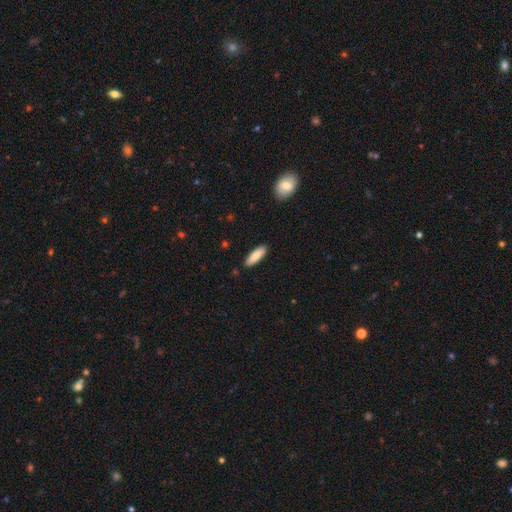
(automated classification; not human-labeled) Smooth or featured?
  - smooth: 83% *
  - featured or disk: 12%
  - star or artifact: 6%
How rounded?
  - cigar-shaped: 51% *
  - in between: 48%
  - round: 2%
Merging?
  - none: 88% *
  - minor disturbance: 9%
  - major disturbance: 2%
  - merger: 1%